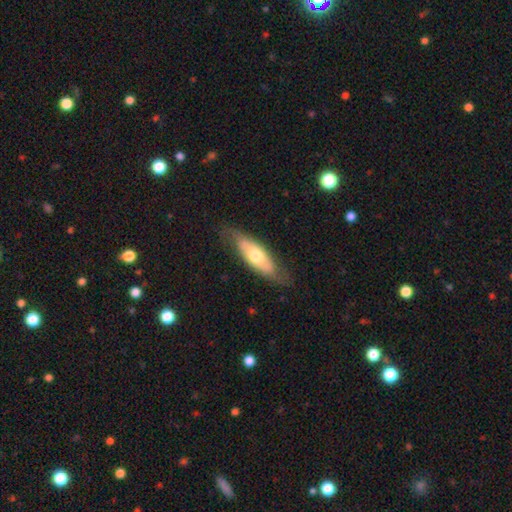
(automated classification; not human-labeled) smooth-or-featured: smooth: 51% | featured or disk: 44% | star or artifact: 5%
  how-rounded: in between: 64% | cigar-shaped: 34% | round: 2%
  merging: none: 72% | minor disturbance: 20% | major disturbance: 6% | merger: 1%